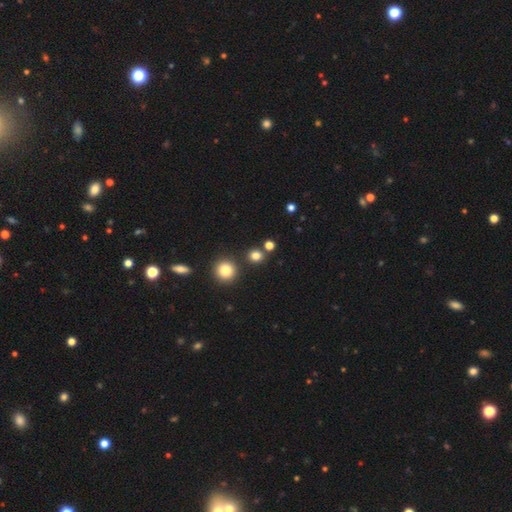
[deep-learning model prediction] Smooth or featured?
  - smooth: 79% *
  - star or artifact: 16%
  - featured or disk: 5%
How rounded?
  - round: 86% *
  - in between: 13%
  - cigar-shaped: 1%
Merging?
  - none: 81% *
  - merger: 9%
  - minor disturbance: 7%
  - major disturbance: 3%